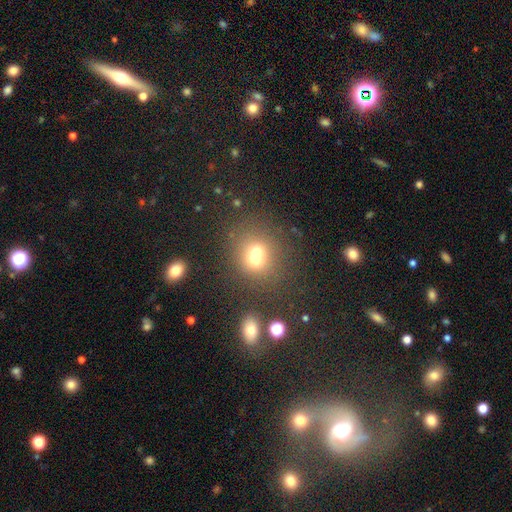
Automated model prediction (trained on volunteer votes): Smooth or featured?
  - smooth: 63% *
  - featured or disk: 21%
  - star or artifact: 16%
How rounded?
  - round: 77% *
  - in between: 22%
  - cigar-shaped: 1%
Merging?
  - merger: 54% *
  - none: 34%
  - minor disturbance: 7%
  - major disturbance: 4%